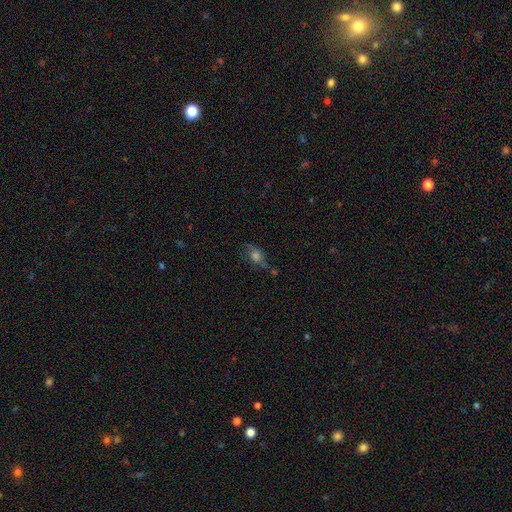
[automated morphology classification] Smooth or featured: smooth — 40% (featured or disk — 39%)
Merging: none — 55% (minor disturbance — 23%)